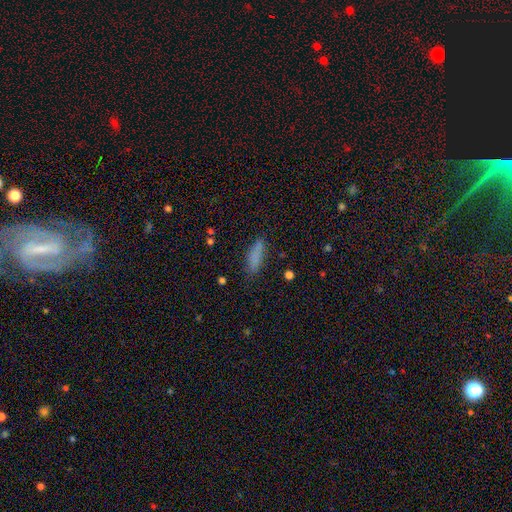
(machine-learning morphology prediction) Smooth or featured?
  - smooth: 81% *
  - star or artifact: 9%
  - featured or disk: 9%
How rounded?
  - cigar-shaped: 59% *
  - in between: 39%
  - round: 2%
Merging?
  - none: 81% *
  - minor disturbance: 14%
  - major disturbance: 3%
  - merger: 2%